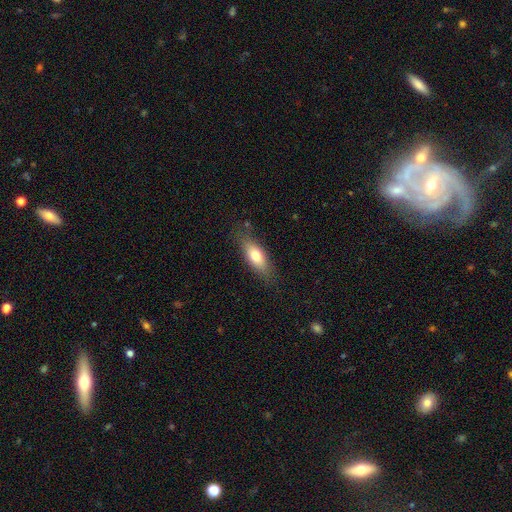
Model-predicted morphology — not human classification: This is likely a smooth galaxy (72%). How rounded: likely in between (70%). Merging: likely none (80%).